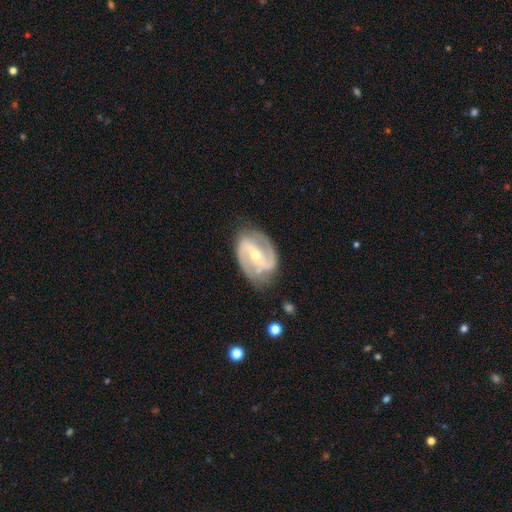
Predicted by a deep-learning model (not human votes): Smooth or featured?
  - featured or disk: 90% *
  - smooth: 6%
  - star or artifact: 4%
Edge-on disk?
  - no: 97% *
  - yes: 3%
Bar?
  - strong: 45% *
  - weak: 34%
  - no: 21%
Spiral arms?
  - yes: 96% *
  - no: 4%
Spiral winding?
  - medium: 52% *
  - tight: 30%
  - loose: 18%
Spiral arm count?
  - 2: 89% *
  - can't tell: 4%
  - 3: 3%
  - 1: 2%
  - 4: 1%
  - more than 4: 1%
Bulge size?
  - small: 59% *
  - moderate: 38%
  - large: 1%
  - none: 1%
  - dominant: 1%
Merging?
  - none: 76% *
  - minor disturbance: 17%
  - major disturbance: 5%
  - merger: 2%